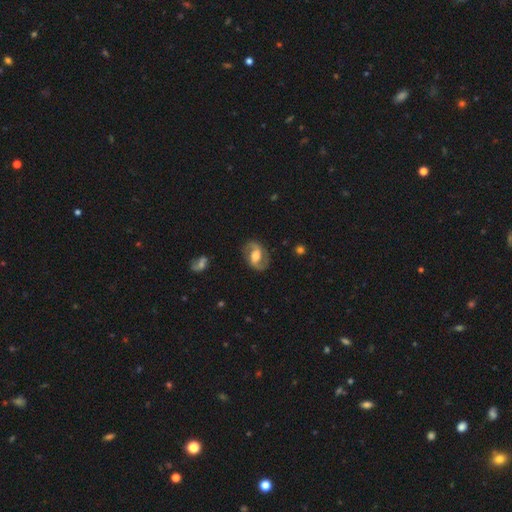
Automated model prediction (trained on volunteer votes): Smooth or featured: featured or disk — 83% (smooth — 11%)
Edge-on disk: no — 97% (yes — 3%)
Bar: weak — 46% (no — 28%)
Spiral arms: yes — 94% (no — 6%)
Spiral winding: medium — 50% (loose — 34%)
Spiral arm count: 2 — 93% (can't tell — 3%)
Bulge size: moderate — 60% (large — 24%)
Merging: none — 82% (minor disturbance — 12%)